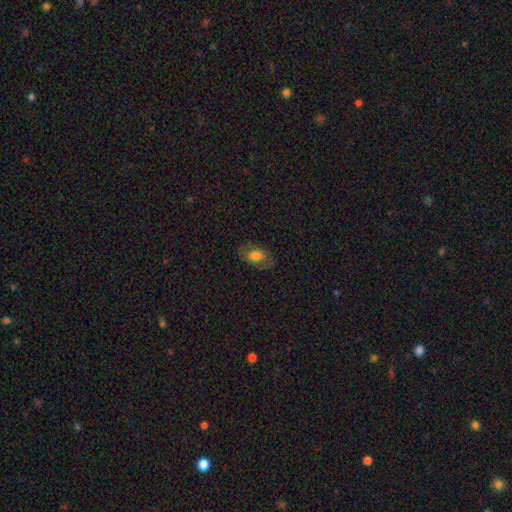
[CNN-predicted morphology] smooth_or_featured: smooth (p=0.69) [alt: featured or disk p=0.21]
how_rounded: in between (p=0.87) [alt: round p=0.11]
merging: none (p=0.76) [alt: minor disturbance p=0.17]